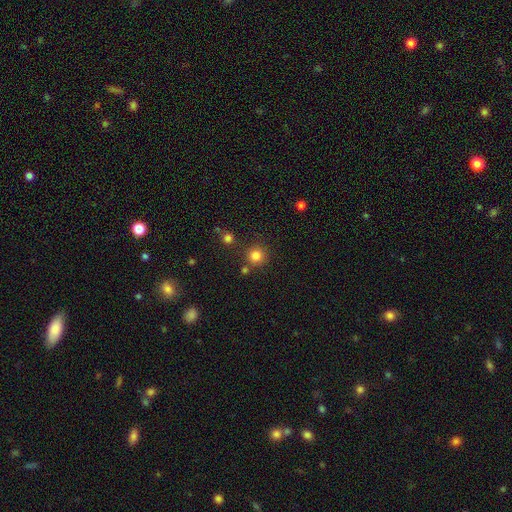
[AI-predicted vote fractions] Smooth or featured?
  - smooth: 82% *
  - star or artifact: 13%
  - featured or disk: 5%
How rounded?
  - round: 94% *
  - in between: 5%
  - cigar-shaped: 1%
Merging?
  - none: 80% *
  - merger: 9%
  - minor disturbance: 8%
  - major disturbance: 3%